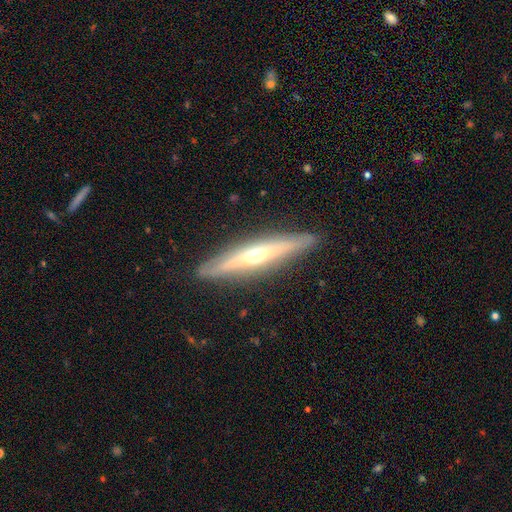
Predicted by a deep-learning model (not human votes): A featured or disk galaxy (70%) viewed edge-on (93%) with a rounded central bulge (83%).

Vote fractions:
- Smooth or featured? featured or disk: 70% / smooth: 24% / star or artifact: 6%
- Edge-on disk? yes: 93% / no: 7%
- Edge-on bulge? rounded: 83% / none: 12% / boxy: 5%
- Merging? none: 88% / minor disturbance: 9% / major disturbance: 2% / merger: 1%